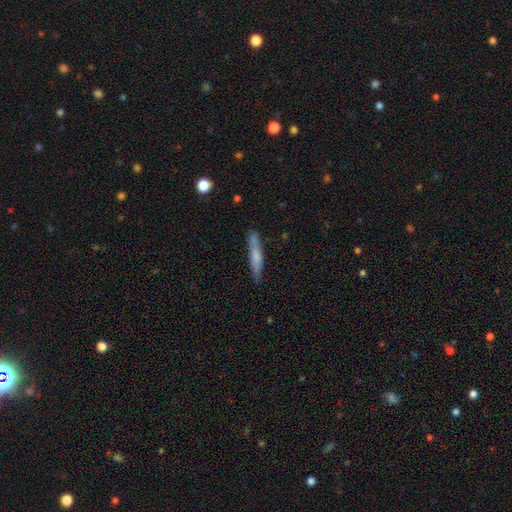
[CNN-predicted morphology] Overall: smooth (59%; featured or disk 35%). How rounded: cigar-shaped (91%). Merging: none (79%).